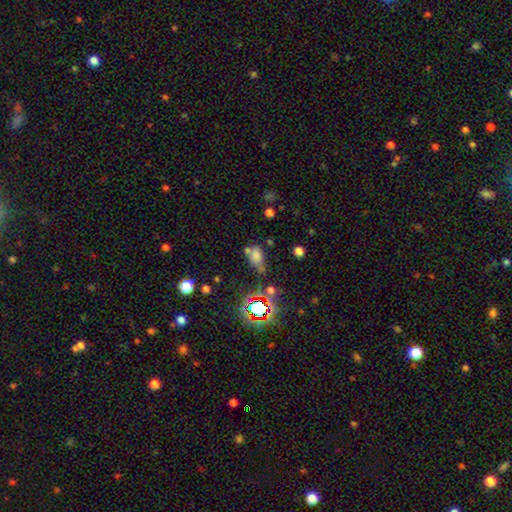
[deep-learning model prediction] The model was most divided on "smooth or featured": smooth: 46%, star or artifact: 41%, featured or disk: 13%. More confident: merging — none (52%).